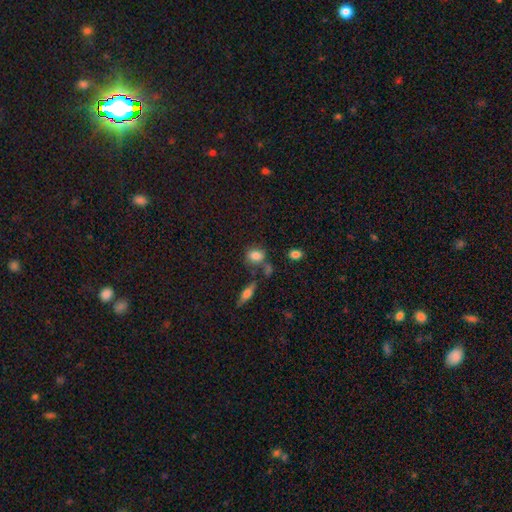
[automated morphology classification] The model was most divided on "how rounded": in between: 54%, round: 43%, cigar-shaped: 3%. More confident: smooth or featured — smooth (81%); merging — none (63%).